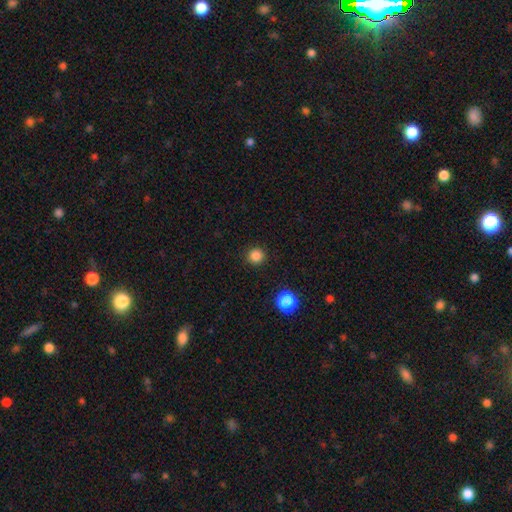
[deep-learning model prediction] Overall: smooth (84%). How rounded: round (94%). Merging: none (92%).